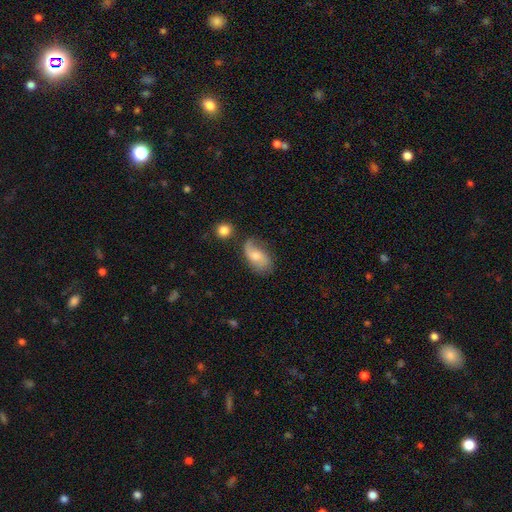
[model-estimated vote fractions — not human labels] Q: Smooth or featured?
A: smooth (47%); runner-up: featured or disk (45%)
Q: Merging?
A: none (52%); runner-up: minor disturbance (29%)